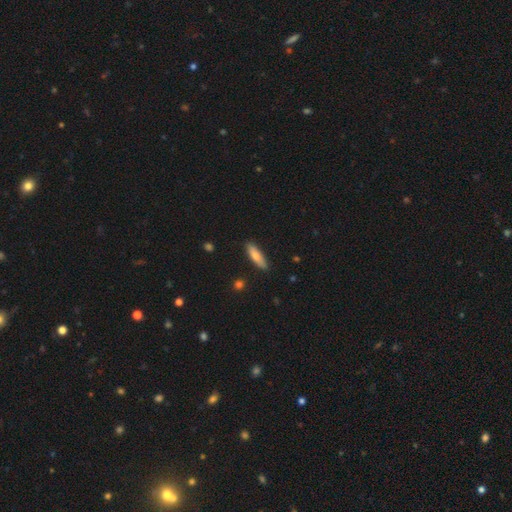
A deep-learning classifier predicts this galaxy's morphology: This is likely a smooth galaxy (74%). How rounded: likely cigar-shaped (65%). Merging: clearly none (86%).